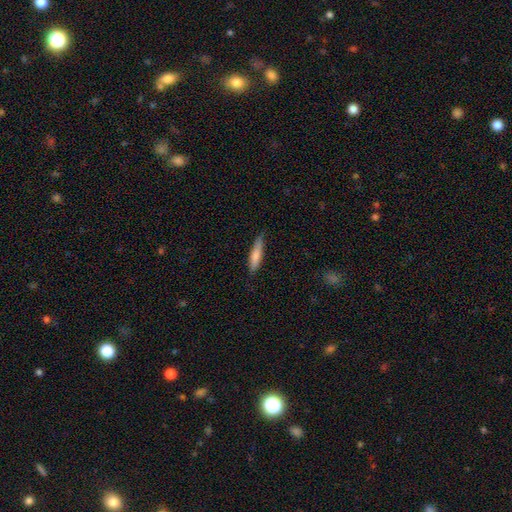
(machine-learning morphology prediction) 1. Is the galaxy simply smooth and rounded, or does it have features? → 76% smooth, 19% featured or disk, 6% star or artifact.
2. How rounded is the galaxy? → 80% cigar-shaped, 19% in between, 2% round.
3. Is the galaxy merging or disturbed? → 79% none, 17% minor disturbance, 3% major disturbance, 1% merger.